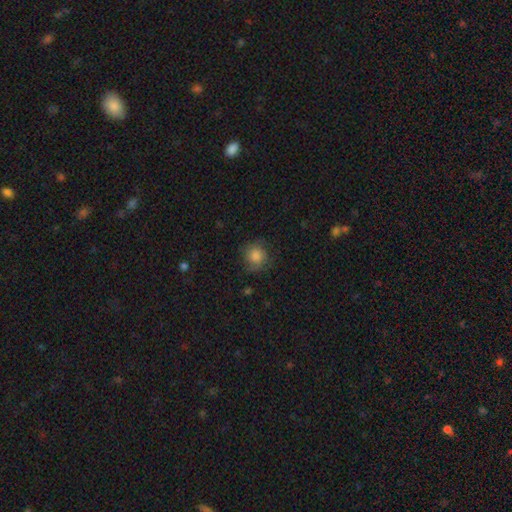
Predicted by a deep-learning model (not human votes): smooth 72%, featured or disk 18%, star or artifact 10%. Down the decision tree: how rounded — round (86%); merging — none (73%).